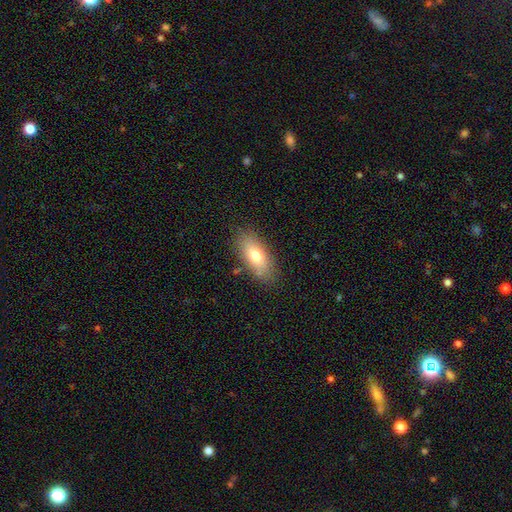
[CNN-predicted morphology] The model was most divided on "smooth or featured": smooth: 74%, featured or disk: 18%, star or artifact: 7%. More confident: how rounded — in between (85%); merging — none (81%).